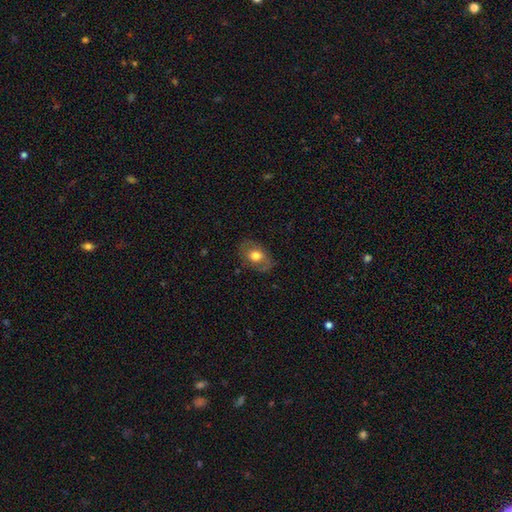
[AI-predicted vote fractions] This is likely a smooth galaxy (64%). How rounded: likely in between (78%). Merging: likely none (77%).